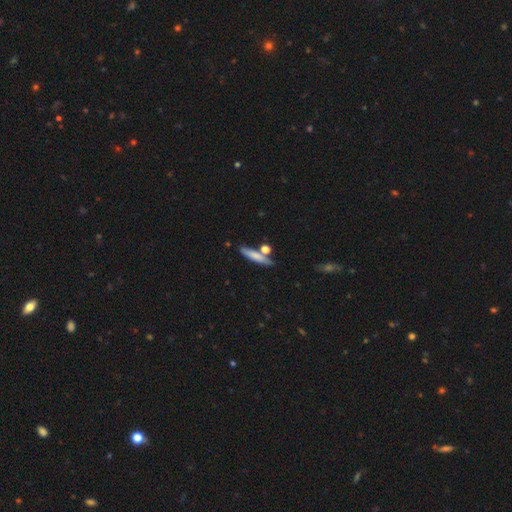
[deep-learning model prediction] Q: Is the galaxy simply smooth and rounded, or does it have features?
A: smooth — 71%.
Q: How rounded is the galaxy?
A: cigar-shaped — 81%.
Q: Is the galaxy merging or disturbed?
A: none — 67%.